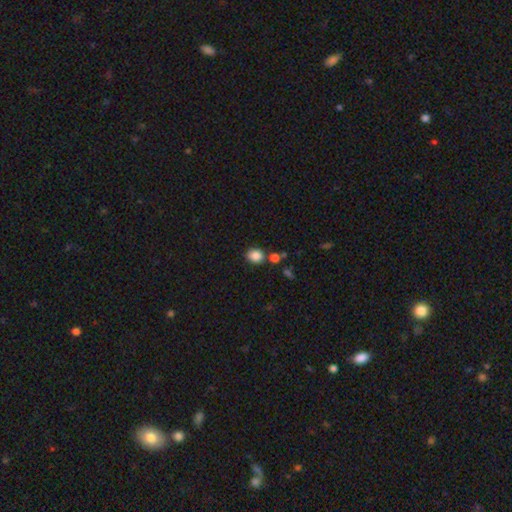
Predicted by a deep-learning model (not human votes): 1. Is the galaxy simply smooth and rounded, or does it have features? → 86% smooth, 10% star or artifact, 4% featured or disk.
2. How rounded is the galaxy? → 62% round, 37% in between, 1% cigar-shaped.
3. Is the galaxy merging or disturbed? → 73% none, 12% merger, 11% minor disturbance, 3% major disturbance.